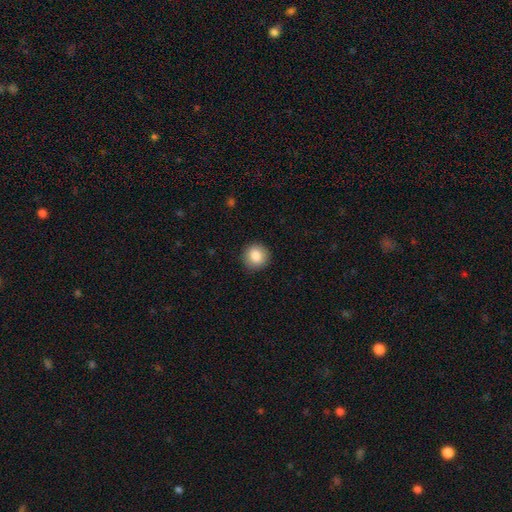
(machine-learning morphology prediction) smooth-or-featured: smooth: 86% | star or artifact: 8% | featured or disk: 5%
  how-rounded: round: 91% | in between: 8% | cigar-shaped: 1%
  merging: none: 89% | minor disturbance: 8% | major disturbance: 2% | merger: 1%